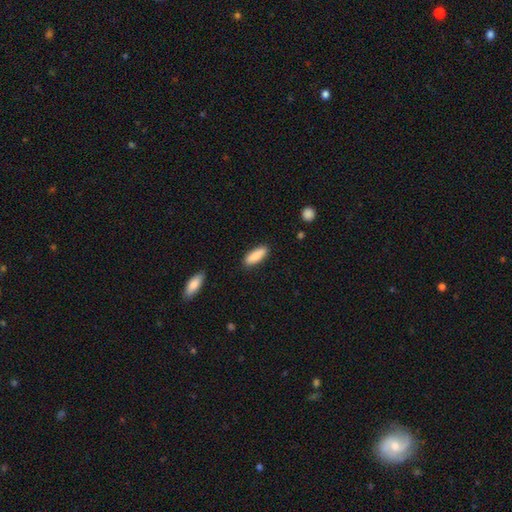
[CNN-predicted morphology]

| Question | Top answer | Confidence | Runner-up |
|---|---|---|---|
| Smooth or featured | smooth | 85% | featured or disk (10%) |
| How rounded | in between | 58% | cigar-shaped (40%) |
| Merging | none | 87% | minor disturbance (9%) |